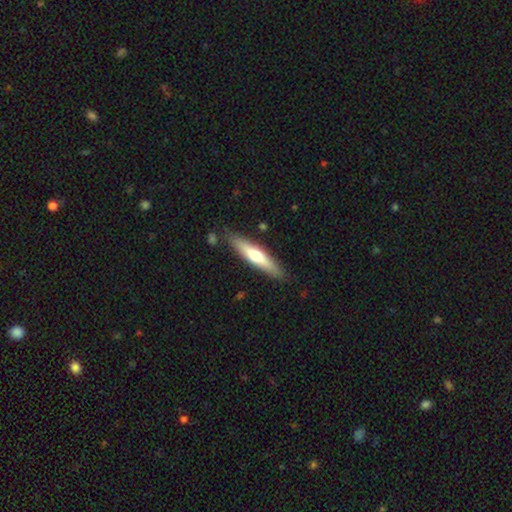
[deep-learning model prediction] Smooth or featured? smooth (52%)
How rounded? cigar-shaped (83%)
Merging? none (86%)